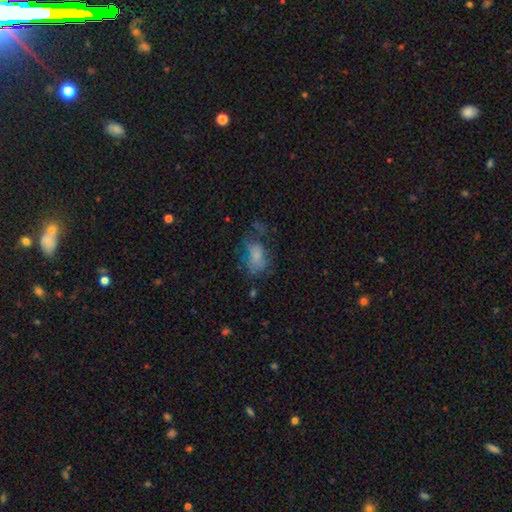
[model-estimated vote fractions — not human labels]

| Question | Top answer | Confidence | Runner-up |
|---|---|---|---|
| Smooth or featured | smooth | 58% | featured or disk (28%) |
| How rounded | in between | 83% | round (14%) |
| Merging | major disturbance | 36% | none (35%) |